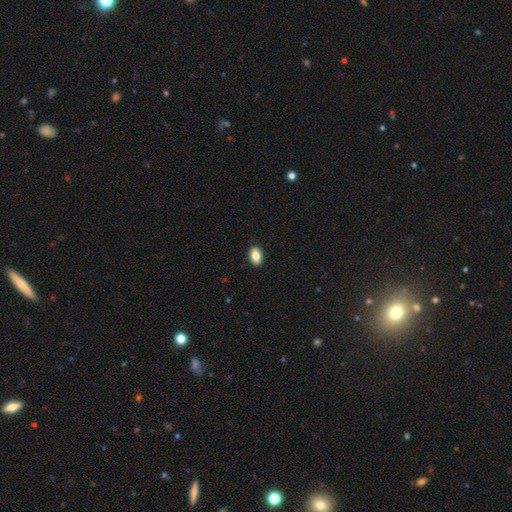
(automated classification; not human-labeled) A smooth galaxy with no disk features (84%) that is in between round and cigar-shaped (90%).

Vote fractions:
- Smooth or featured? smooth: 84% / featured or disk: 8% / star or artifact: 8%
- How rounded? in between: 90% / round: 7% / cigar-shaped: 3%
- Merging? none: 90% / minor disturbance: 8% / major disturbance: 2% / merger: 1%